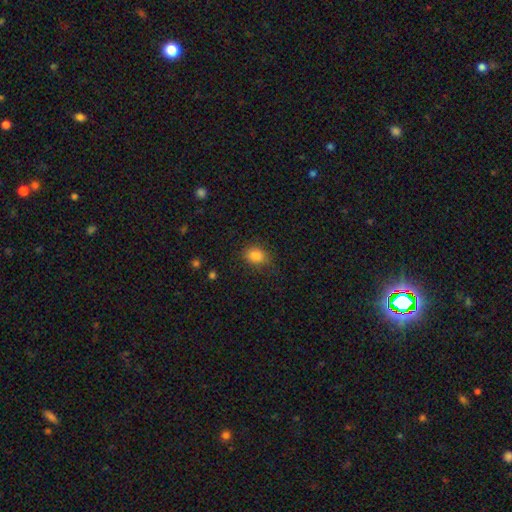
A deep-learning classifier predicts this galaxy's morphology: Q: Smooth or featured?
A: smooth (84%); runner-up: star or artifact (10%)
Q: How rounded?
A: in between (58%); runner-up: round (40%)
Q: Merging?
A: none (75%); runner-up: minor disturbance (19%)